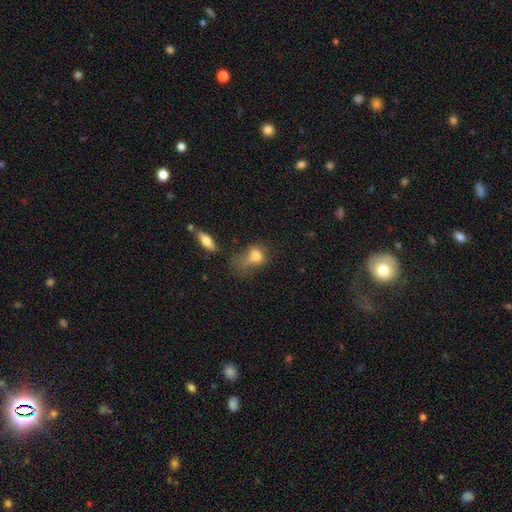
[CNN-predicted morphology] The model was most divided on "merging": major disturbance: 32%, merger: 27%, none: 23%, minor disturbance: 18%. More confident: smooth or featured — smooth (73%); how rounded — in between (55%).